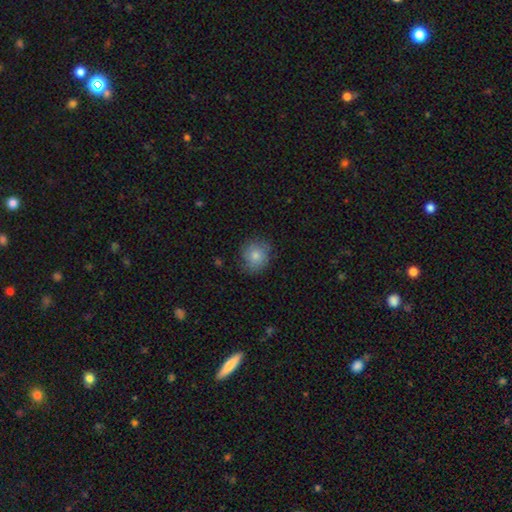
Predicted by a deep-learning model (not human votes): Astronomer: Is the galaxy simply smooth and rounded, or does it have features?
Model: smooth — 79%.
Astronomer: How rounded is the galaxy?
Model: round — 84%.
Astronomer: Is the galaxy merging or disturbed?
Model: none — 74%.